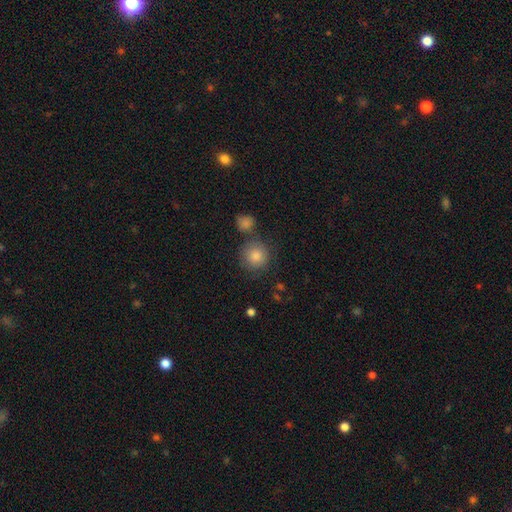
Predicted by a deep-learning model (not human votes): Smooth or featured: smooth — 81% (star or artifact — 11%)
How rounded: round — 92% (in between — 7%)
Merging: none — 73% (merger — 13%)